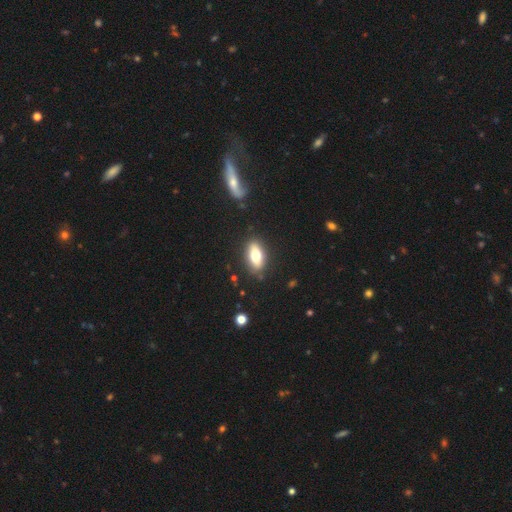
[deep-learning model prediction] smooth-or-featured: smooth: 70% | featured or disk: 23% | star or artifact: 7%
  how-rounded: in between: 82% | cigar-shaped: 14% | round: 4%
  merging: none: 85% | minor disturbance: 10% | major disturbance: 3% | merger: 2%